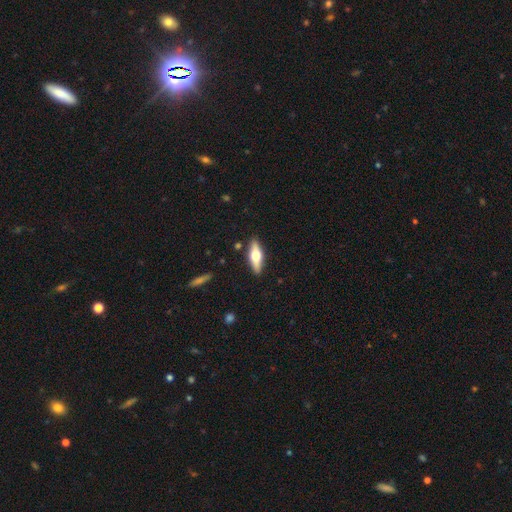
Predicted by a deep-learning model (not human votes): A featured or disk galaxy (52%) viewed edge-on (92%).

Vote fractions:
- Smooth or featured? featured or disk: 52% / smooth: 42% / star or artifact: 6%
- Edge-on disk? yes: 92% / no: 8%
- Merging? none: 88% / minor disturbance: 9% / major disturbance: 2% / merger: 2%